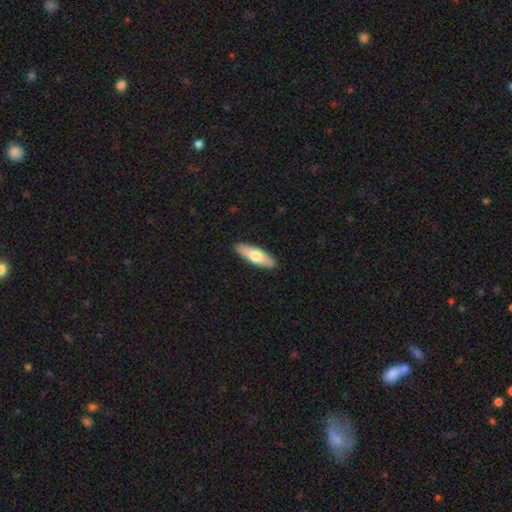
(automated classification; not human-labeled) Smooth or featured? Predicted: smooth (p=0.68). How rounded? Predicted: in between (p=0.53). Merging? Predicted: none (p=0.91).